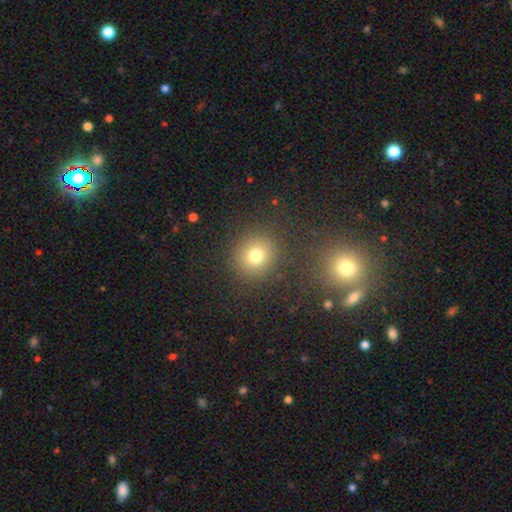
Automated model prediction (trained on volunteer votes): The model was most divided on "smooth or featured": smooth: 75%, star or artifact: 16%, featured or disk: 8%. More confident: how rounded — round (86%); merging — none (85%).